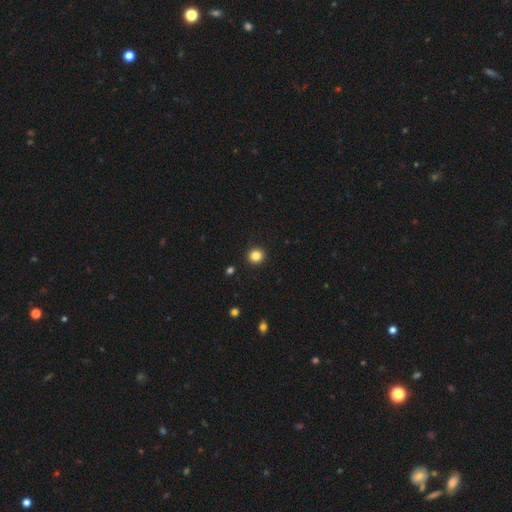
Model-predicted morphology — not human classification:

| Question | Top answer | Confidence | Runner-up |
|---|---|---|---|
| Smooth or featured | smooth | 85% | star or artifact (11%) |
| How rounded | round | 93% | in between (6%) |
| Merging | none | 93% | minor disturbance (4%) |